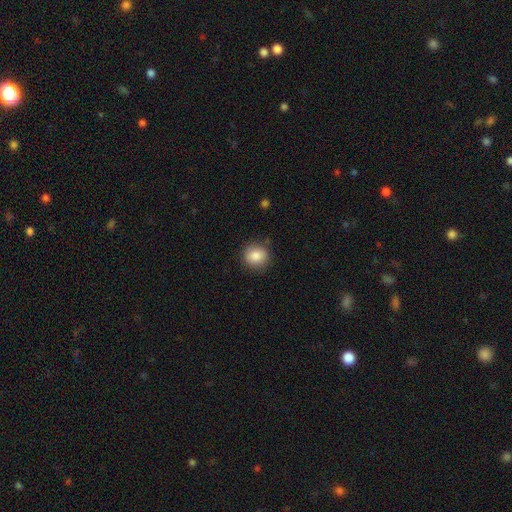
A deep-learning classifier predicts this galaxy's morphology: A smooth galaxy with no disk features (85%) that is round (84%). Merging: none (86%).